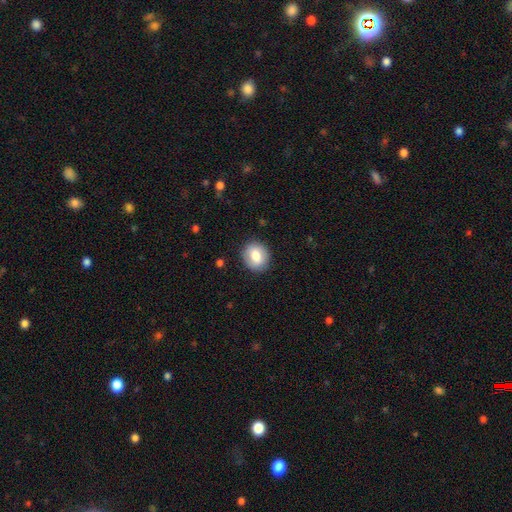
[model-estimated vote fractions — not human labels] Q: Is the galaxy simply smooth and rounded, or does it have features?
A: smooth — 79%.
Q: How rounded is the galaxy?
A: round — 66%.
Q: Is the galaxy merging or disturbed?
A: none — 87%.